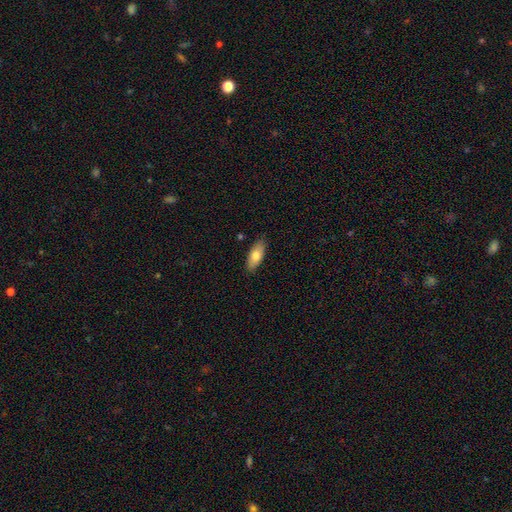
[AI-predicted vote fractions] This is likely a smooth galaxy (74%). How rounded: clearly in between (81%). Merging: clearly none (86%).